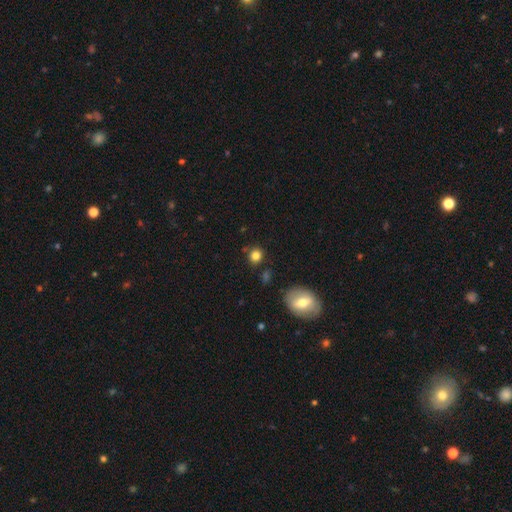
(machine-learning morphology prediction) Q: Smooth or featured?
A: smooth (82%); runner-up: star or artifact (12%)
Q: How rounded?
A: round (81%); runner-up: in between (18%)
Q: Merging?
A: none (82%); runner-up: minor disturbance (11%)